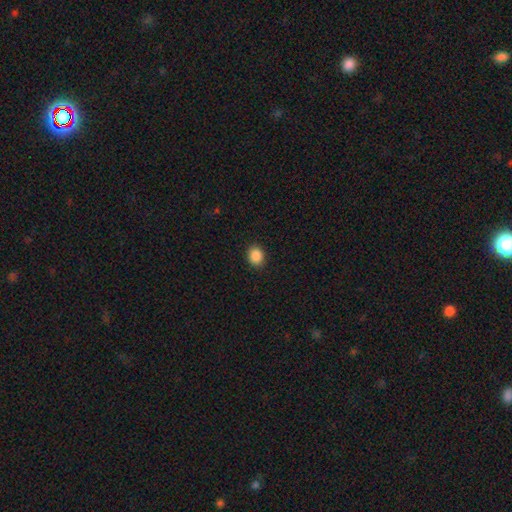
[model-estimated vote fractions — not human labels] Morphology: type=smooth (88%); roundness=round (55%); merging=none (90%).